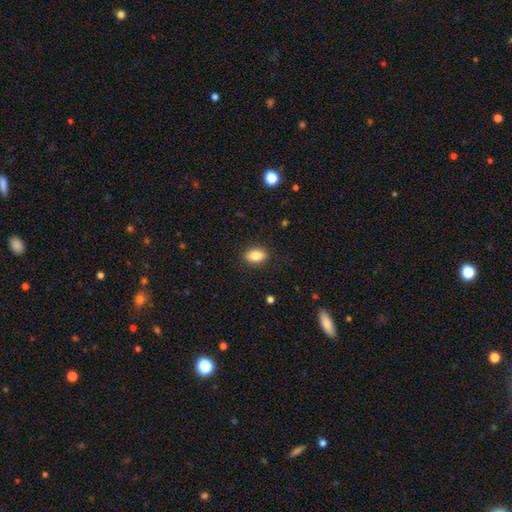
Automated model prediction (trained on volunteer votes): Smooth or featured? Predicted: smooth (p=0.84). How rounded? Predicted: in between (p=0.86). Merging? Predicted: none (p=0.88).